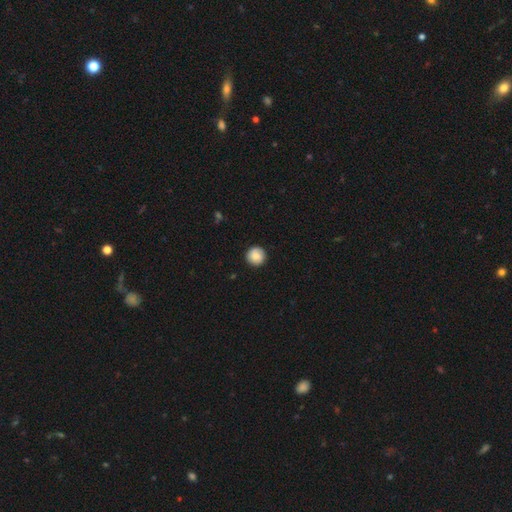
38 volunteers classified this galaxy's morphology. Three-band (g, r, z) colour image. It shows a smooth galaxy with no disk features (84%) that is round (91%). Merging: none (92%).